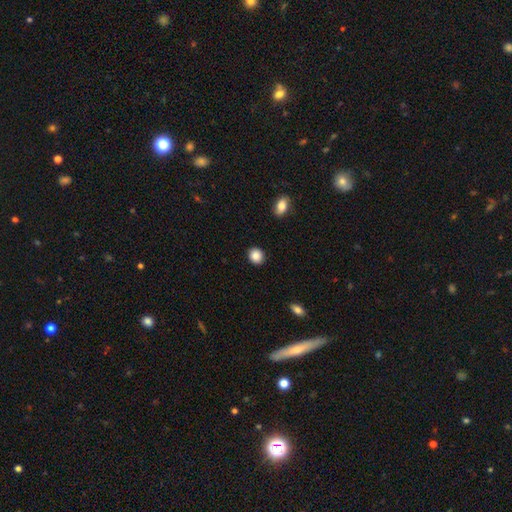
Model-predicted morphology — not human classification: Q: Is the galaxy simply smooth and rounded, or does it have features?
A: smooth — 87%.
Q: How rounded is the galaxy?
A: round — 79%.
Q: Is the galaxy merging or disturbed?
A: none — 91%.